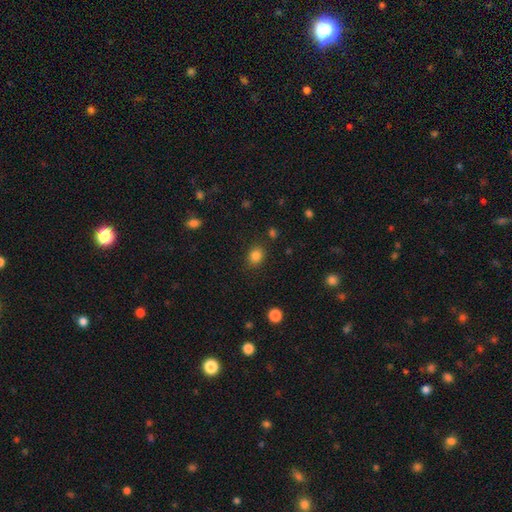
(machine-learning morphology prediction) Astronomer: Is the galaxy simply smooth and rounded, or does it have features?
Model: smooth — 83%.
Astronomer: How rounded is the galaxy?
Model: round — 62% (runner-up: in between, 37%).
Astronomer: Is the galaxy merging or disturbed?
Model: none — 85%.